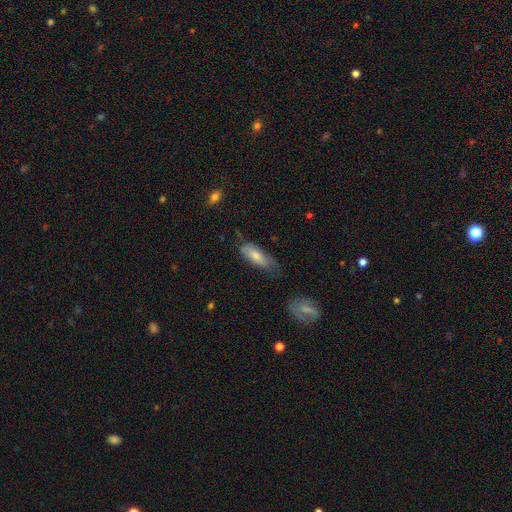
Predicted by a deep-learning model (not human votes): Smooth or featured? Predicted: smooth (p=0.75). How rounded? Predicted: in between (p=0.72). Merging? Predicted: none (p=0.52).